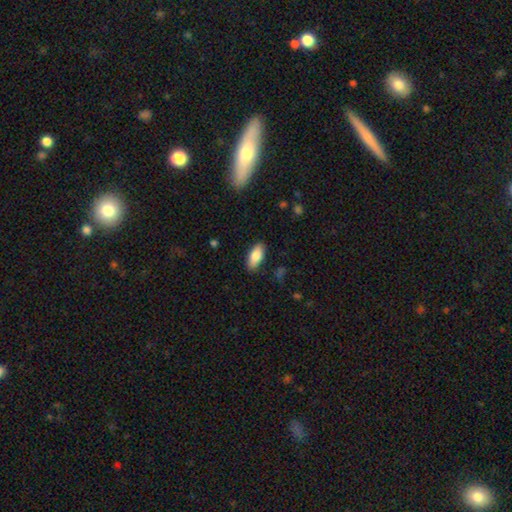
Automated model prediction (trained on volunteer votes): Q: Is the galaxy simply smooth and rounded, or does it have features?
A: smooth — 81%.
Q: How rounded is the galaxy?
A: in between — 86%.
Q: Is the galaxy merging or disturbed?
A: none — 87%.